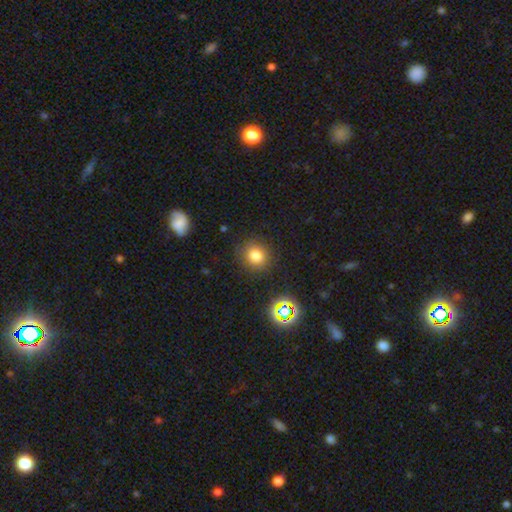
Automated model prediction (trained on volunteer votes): Overall: smooth (79%). How rounded: round (86%). Merging: none (87%).